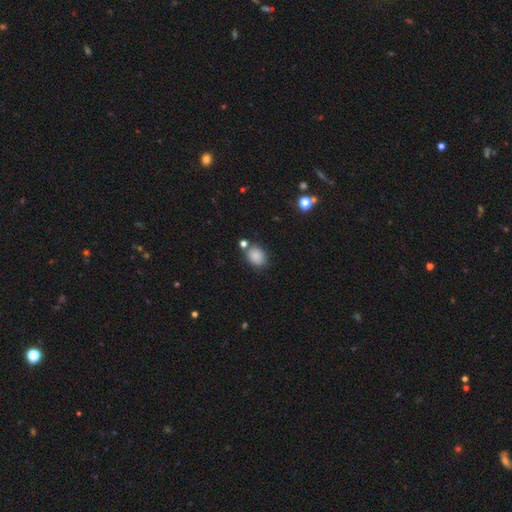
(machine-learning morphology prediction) Q: Smooth or featured?
A: smooth (85%); runner-up: star or artifact (10%)
Q: How rounded?
A: in between (64%); runner-up: round (35%)
Q: Merging?
A: none (71%); runner-up: minor disturbance (15%)